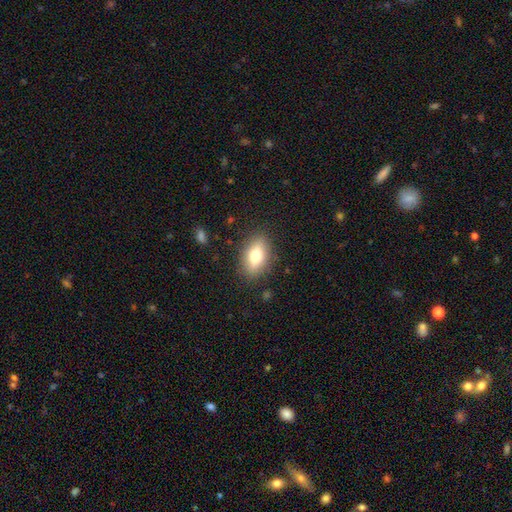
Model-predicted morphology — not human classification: The model was most divided on "smooth or featured": smooth: 73%, featured or disk: 19%, star or artifact: 8%. More confident: merging — none (85%); how rounded — in between (85%).